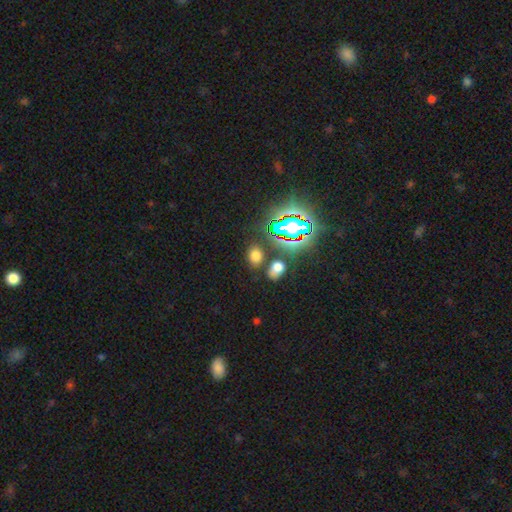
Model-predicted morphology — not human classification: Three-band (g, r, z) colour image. It shows a smooth galaxy with no disk features (64%) that is in between round and cigar-shaped (70%). Merging: none (78%).